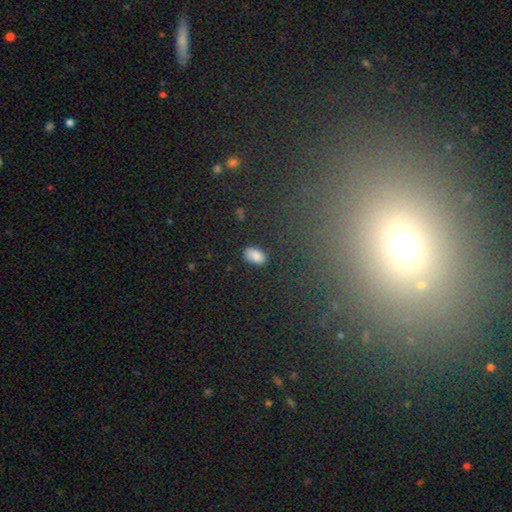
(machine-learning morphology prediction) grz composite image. It shows a smooth galaxy with no disk features (83%) that is in between round and cigar-shaped (93%). Merging: none (82%).